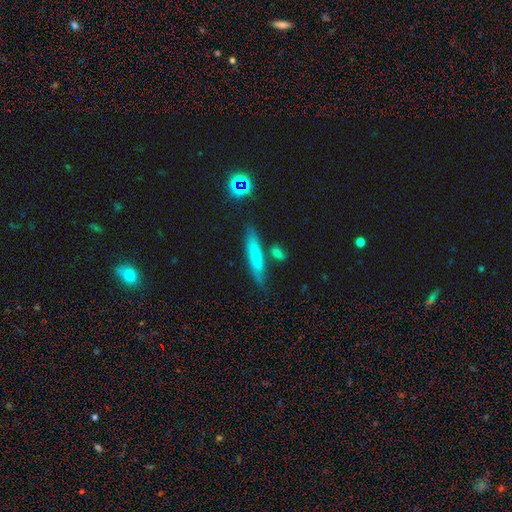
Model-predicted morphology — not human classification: smooth 69%, featured or disk 21%, star or artifact 10%. Down the decision tree: how rounded — cigar-shaped (83%); merging — none (76%).